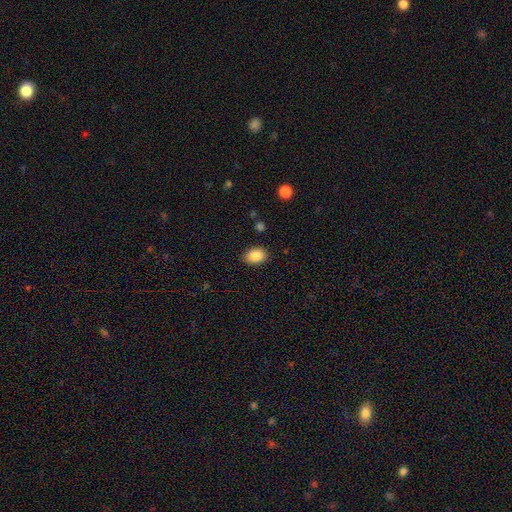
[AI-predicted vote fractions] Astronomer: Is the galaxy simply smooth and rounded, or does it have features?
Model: smooth — 88%.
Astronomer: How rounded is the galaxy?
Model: in between — 78%.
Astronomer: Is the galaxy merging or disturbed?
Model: none — 85%.